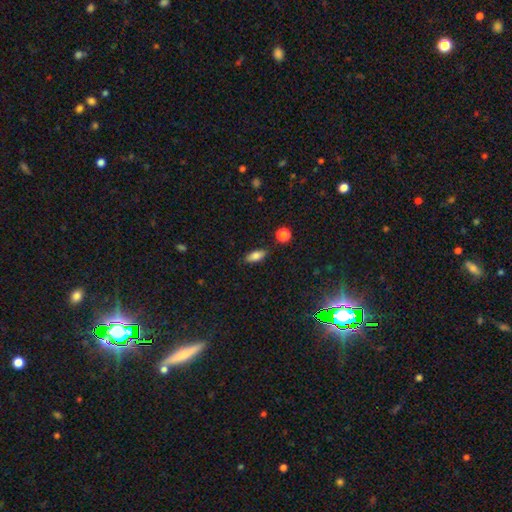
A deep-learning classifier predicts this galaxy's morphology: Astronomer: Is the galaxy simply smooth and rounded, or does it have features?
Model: smooth — 79%.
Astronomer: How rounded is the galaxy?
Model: in between — 83%.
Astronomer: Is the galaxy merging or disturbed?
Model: none — 85%.